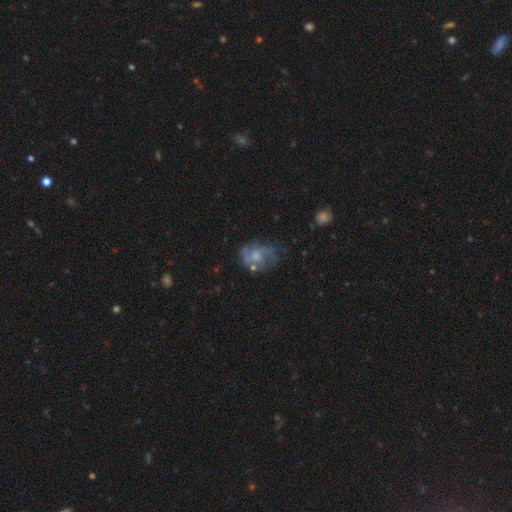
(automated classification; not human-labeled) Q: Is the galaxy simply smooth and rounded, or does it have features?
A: featured or disk — 64%.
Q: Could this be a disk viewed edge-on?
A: no — 98%.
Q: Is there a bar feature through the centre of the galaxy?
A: no — 72%.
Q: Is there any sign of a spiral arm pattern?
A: yes — 70%.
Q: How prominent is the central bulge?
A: small — 48%.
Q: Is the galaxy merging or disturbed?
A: none — 51%.